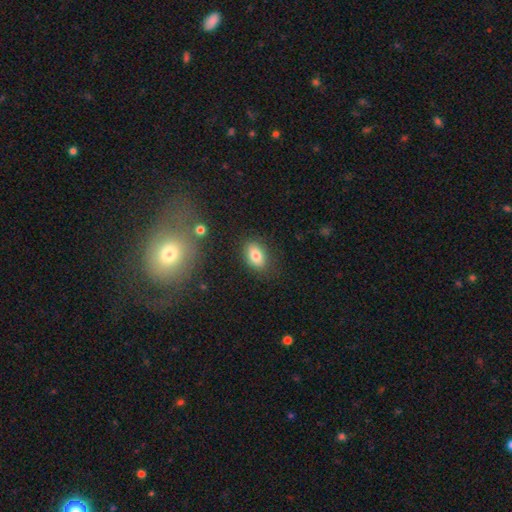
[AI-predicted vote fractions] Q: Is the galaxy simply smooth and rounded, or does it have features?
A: smooth — 80%.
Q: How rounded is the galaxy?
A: in between — 85%.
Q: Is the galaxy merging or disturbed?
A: none — 82%.